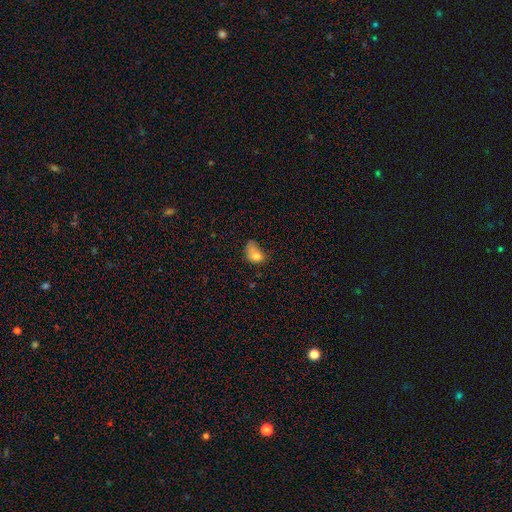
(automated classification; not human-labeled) smooth_or_featured: smooth (p=0.73) [alt: featured or disk p=0.16]
how_rounded: in between (p=0.71) [alt: round p=0.27]
merging: major disturbance (p=0.35) [alt: minor disturbance p=0.27]